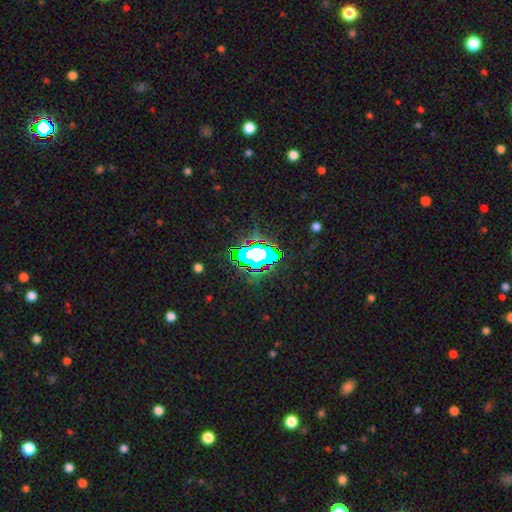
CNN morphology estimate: star or artifact 65%, smooth 20%, featured or disk 15%.